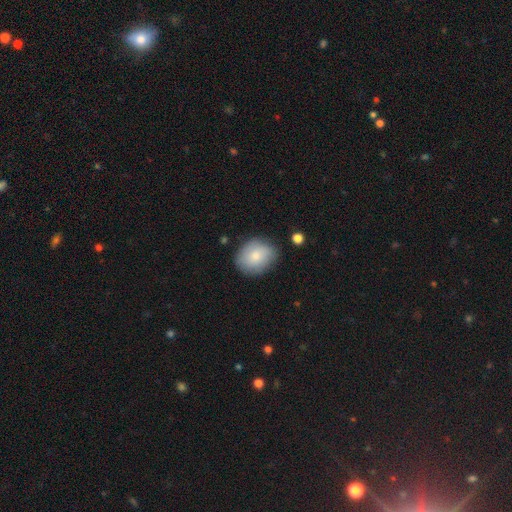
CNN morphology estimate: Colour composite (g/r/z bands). It shows a smooth galaxy with no disk features (78%) that is round (51%). Merging: none (76%).